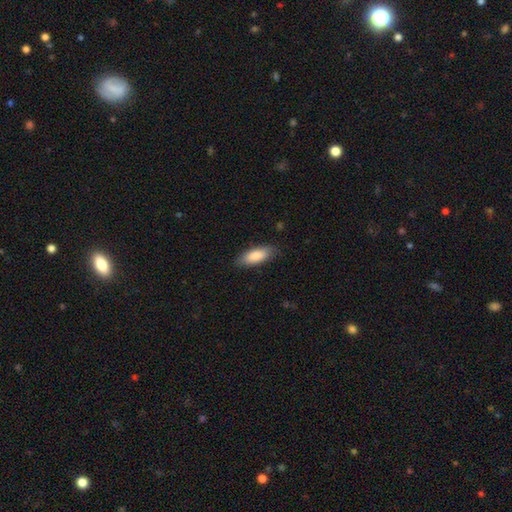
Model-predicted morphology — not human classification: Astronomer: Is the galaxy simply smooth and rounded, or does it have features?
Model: smooth — 85%.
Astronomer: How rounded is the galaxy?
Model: in between — 75%.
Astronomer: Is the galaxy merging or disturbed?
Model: none — 83%.